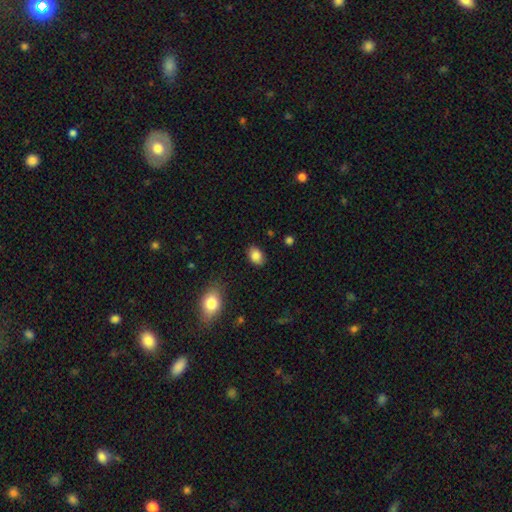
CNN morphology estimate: Q: Smooth or featured?
A: smooth (85%); runner-up: star or artifact (9%)
Q: How rounded?
A: in between (77%); runner-up: round (22%)
Q: Merging?
A: none (85%); runner-up: minor disturbance (11%)